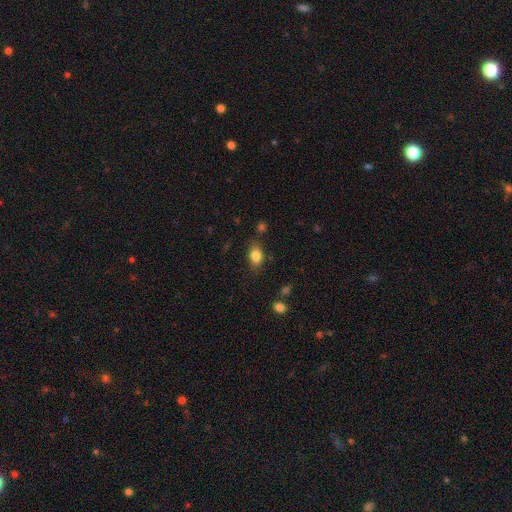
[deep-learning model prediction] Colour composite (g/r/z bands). It shows a smooth galaxy with no disk features (84%) that is in between round and cigar-shaped (79%). Merging: none (78%).